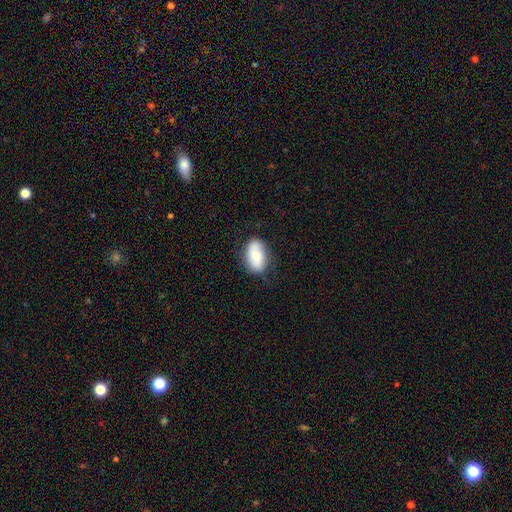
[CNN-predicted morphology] A smooth galaxy with no disk features (70%) that is in between round and cigar-shaped (91%).

Vote fractions:
- Smooth or featured? smooth: 70% / featured or disk: 23% / star or artifact: 7%
- How rounded? in between: 91% / round: 7% / cigar-shaped: 2%
- Merging? none: 73% / minor disturbance: 21% / major disturbance: 5% / merger: 1%